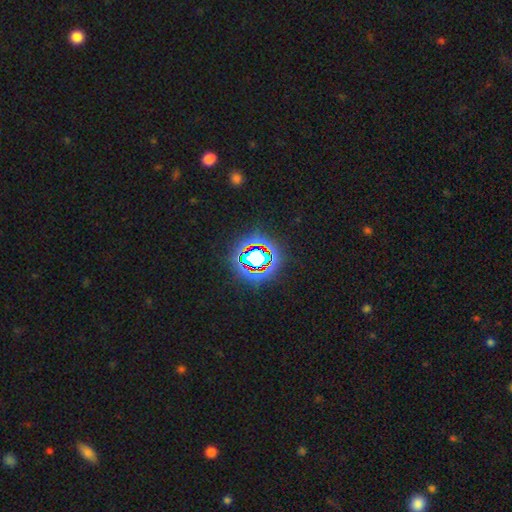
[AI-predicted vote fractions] smooth_or_featured: star or artifact (p=0.76) [alt: smooth p=0.15]